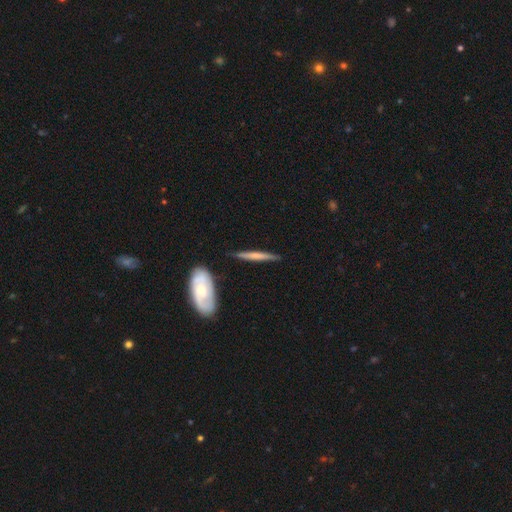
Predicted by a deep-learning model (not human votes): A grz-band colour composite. It shows a featured or disk galaxy (48%). Merging: none (81%).